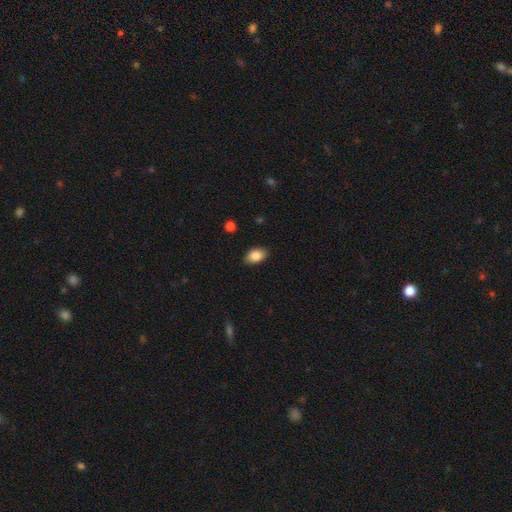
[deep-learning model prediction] Q: Smooth or featured?
A: smooth (86%); runner-up: star or artifact (7%)
Q: How rounded?
A: in between (89%); runner-up: round (10%)
Q: Merging?
A: none (87%); runner-up: minor disturbance (10%)